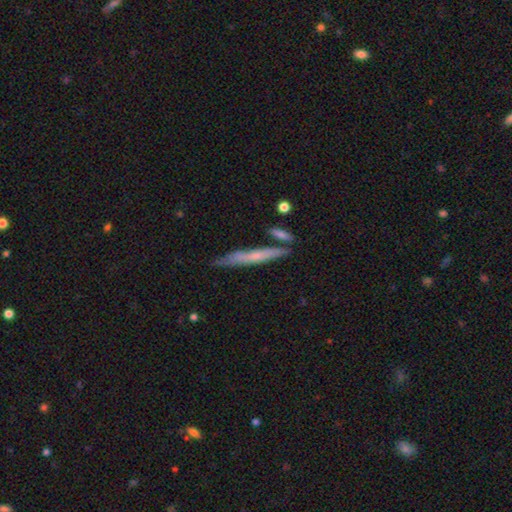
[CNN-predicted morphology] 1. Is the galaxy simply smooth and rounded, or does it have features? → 49% smooth, 44% featured or disk, 7% star or artifact.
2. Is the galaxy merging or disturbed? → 73% none, 16% minor disturbance, 8% merger, 3% major disturbance.